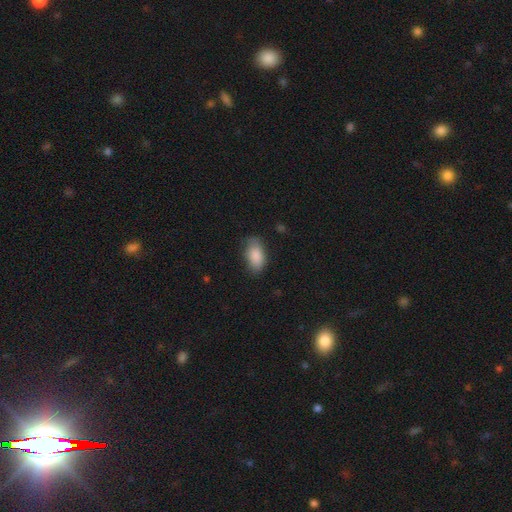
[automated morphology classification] smooth 87%, featured or disk 7%, star or artifact 7%. Down the decision tree: how rounded — in between (92%); merging — none (67%).